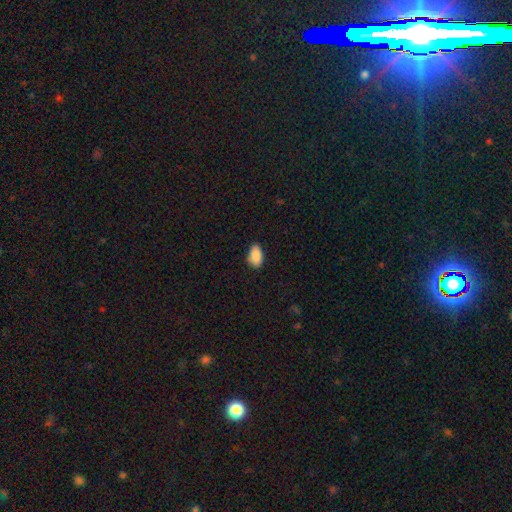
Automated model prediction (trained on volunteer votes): Smooth or featured?
  - smooth: 89% *
  - star or artifact: 7%
  - featured or disk: 4%
How rounded?
  - in between: 93% *
  - round: 5%
  - cigar-shaped: 2%
Merging?
  - none: 82% *
  - minor disturbance: 15%
  - major disturbance: 2%
  - merger: 1%